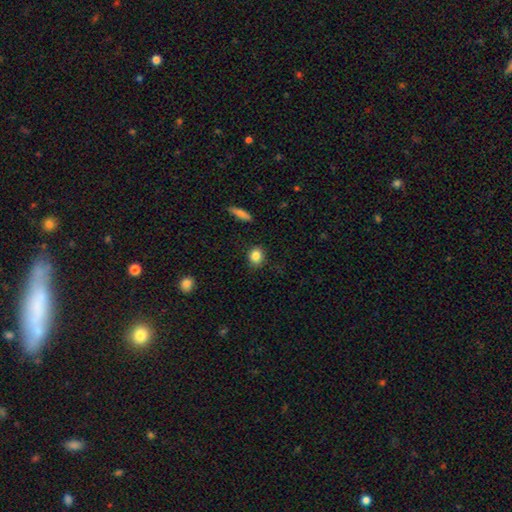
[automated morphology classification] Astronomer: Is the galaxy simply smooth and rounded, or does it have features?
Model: smooth — 85%.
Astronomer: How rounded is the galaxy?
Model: round — 65%.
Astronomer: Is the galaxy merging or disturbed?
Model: none — 86%.